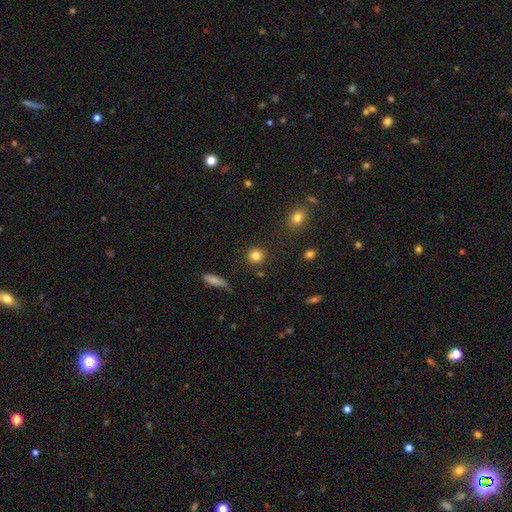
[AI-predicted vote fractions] Smooth or featured?
  - smooth: 83% *
  - star or artifact: 11%
  - featured or disk: 6%
How rounded?
  - round: 91% *
  - in between: 8%
  - cigar-shaped: 1%
Merging?
  - none: 89% *
  - minor disturbance: 6%
  - merger: 2%
  - major disturbance: 2%